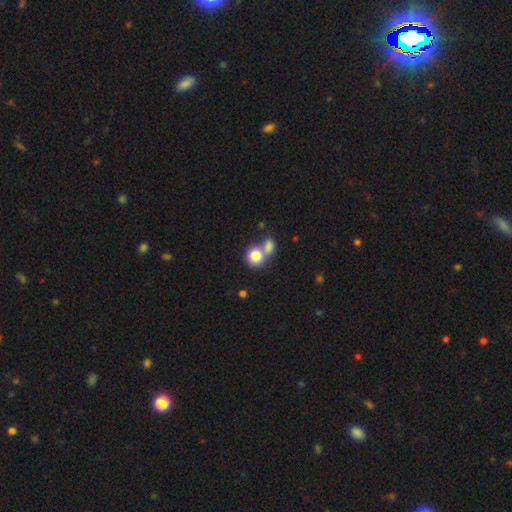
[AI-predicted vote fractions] Smooth or featured?
  - smooth: 81% *
  - featured or disk: 10%
  - star or artifact: 8%
How rounded?
  - round: 80% *
  - in between: 19%
  - cigar-shaped: 1%
Merging?
  - merger: 59% *
  - none: 30%
  - minor disturbance: 7%
  - major disturbance: 4%